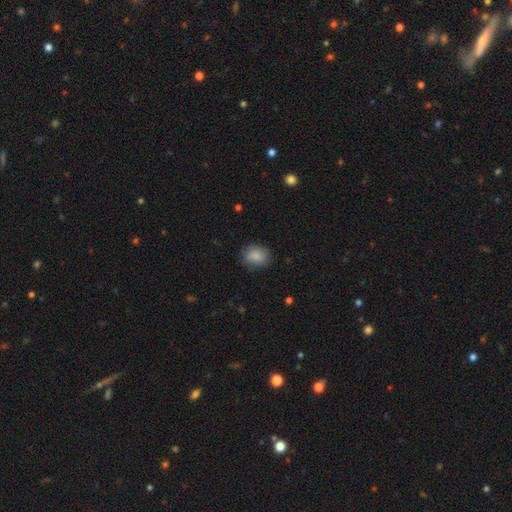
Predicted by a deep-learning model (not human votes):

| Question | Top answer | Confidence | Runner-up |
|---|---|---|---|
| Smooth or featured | smooth | 86% | star or artifact (8%) |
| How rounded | round | 57% | in between (42%) |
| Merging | none | 81% | minor disturbance (15%) |